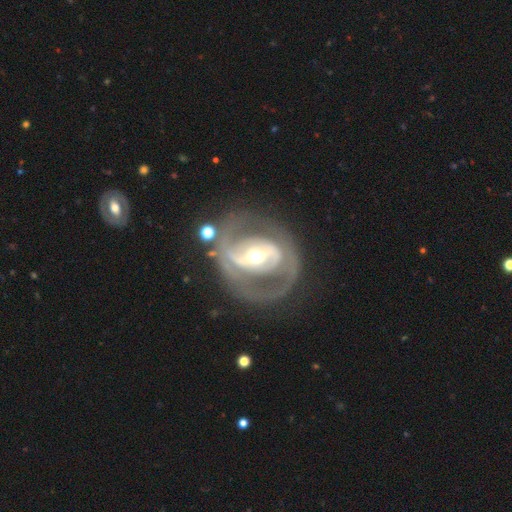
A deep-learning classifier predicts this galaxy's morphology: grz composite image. It shows a featured or disk galaxy (84%) with a strong bar (49%), 2 (74%) medium (43%) spiral arms (73%) and a moderate central bulge (65%). Merging: none (65%).